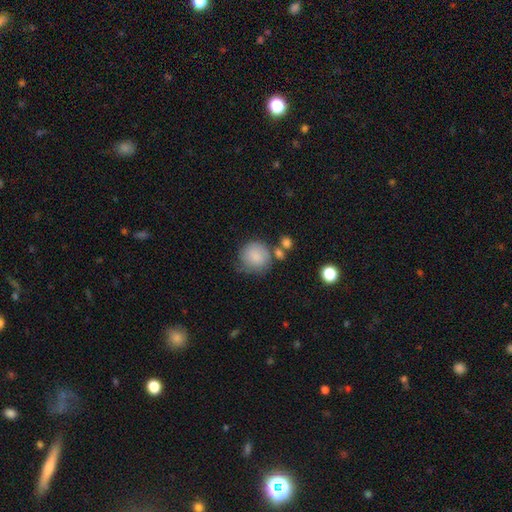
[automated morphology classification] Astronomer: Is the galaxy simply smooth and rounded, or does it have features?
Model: smooth — 82%.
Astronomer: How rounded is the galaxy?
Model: round — 86%.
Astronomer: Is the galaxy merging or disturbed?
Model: none — 55%.